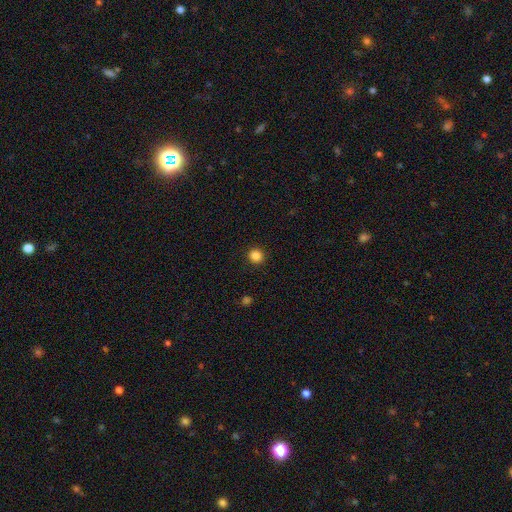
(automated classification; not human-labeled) Smooth or featured? smooth (85%)
How rounded? round (93%)
Merging? none (92%)